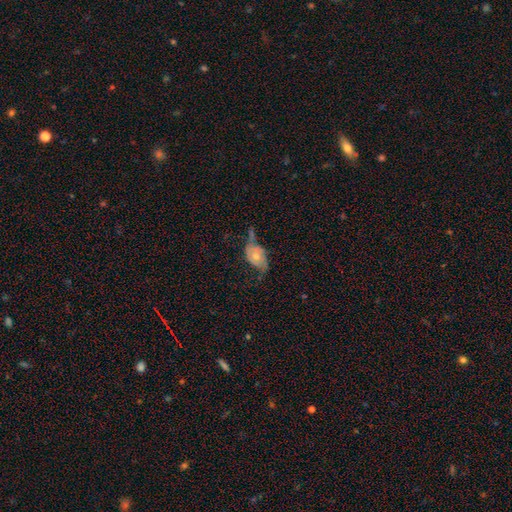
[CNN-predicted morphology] Overall: featured or disk (54%; smooth 39%). Edge-on disk: no (92%). Merging: minor disturbance (32%; none 31%).